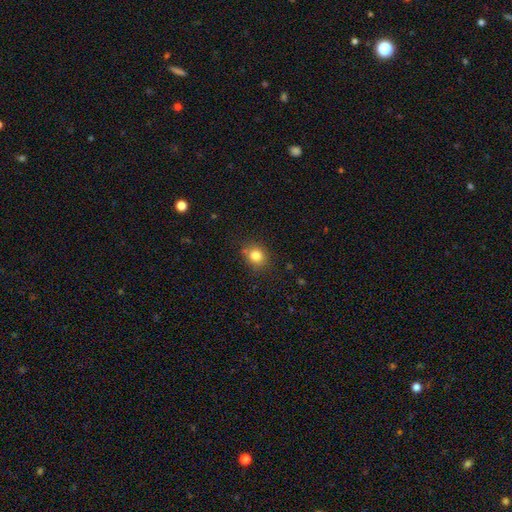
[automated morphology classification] Overall: smooth (82%). How rounded: round (74%). Merging: none (79%).